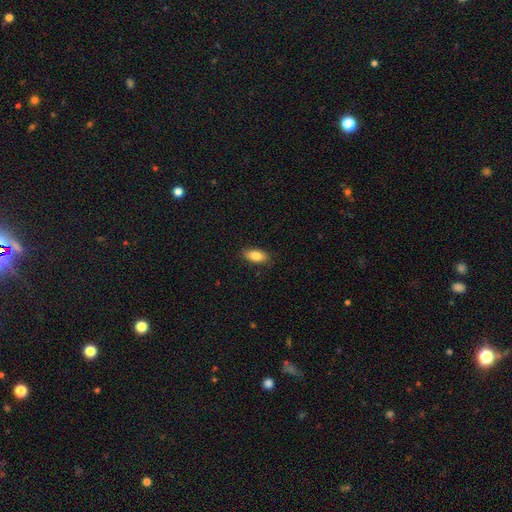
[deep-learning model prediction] Smooth or featured?
  - smooth: 83% *
  - featured or disk: 10%
  - star or artifact: 7%
How rounded?
  - in between: 87% *
  - cigar-shaped: 10%
  - round: 3%
Merging?
  - none: 87% *
  - minor disturbance: 10%
  - major disturbance: 2%
  - merger: 1%